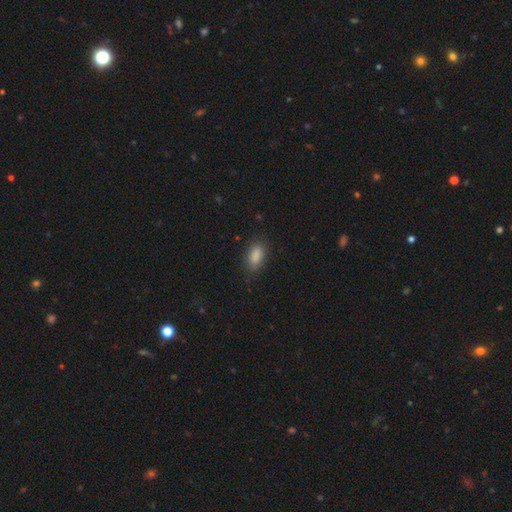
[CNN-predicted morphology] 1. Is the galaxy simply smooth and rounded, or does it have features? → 87% smooth, 8% star or artifact, 5% featured or disk.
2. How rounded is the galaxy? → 90% in between, 5% cigar-shaped, 5% round.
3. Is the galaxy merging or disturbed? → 81% none, 14% minor disturbance, 4% major disturbance, 1% merger.